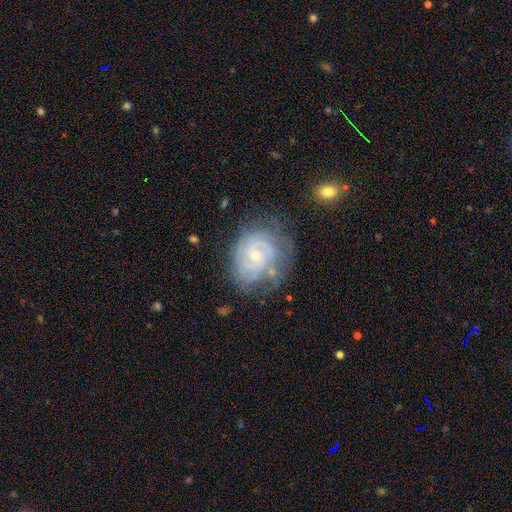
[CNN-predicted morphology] A featured or disk galaxy (80%) with no bar (67%), 2 (34%) tight (65%) spiral arms (93%) and a small central bulge (66%). Merging: none (61%).